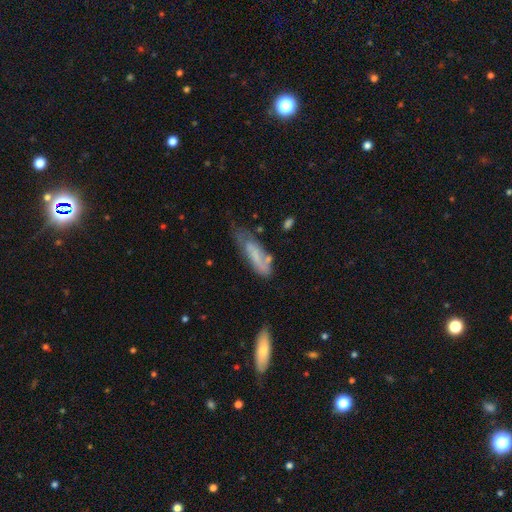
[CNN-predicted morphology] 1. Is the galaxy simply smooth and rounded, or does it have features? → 55% smooth, 37% featured or disk, 8% star or artifact.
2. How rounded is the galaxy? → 53% cigar-shaped, 45% in between, 2% round.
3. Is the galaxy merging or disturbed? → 39% none, 34% minor disturbance, 18% major disturbance, 8% merger.